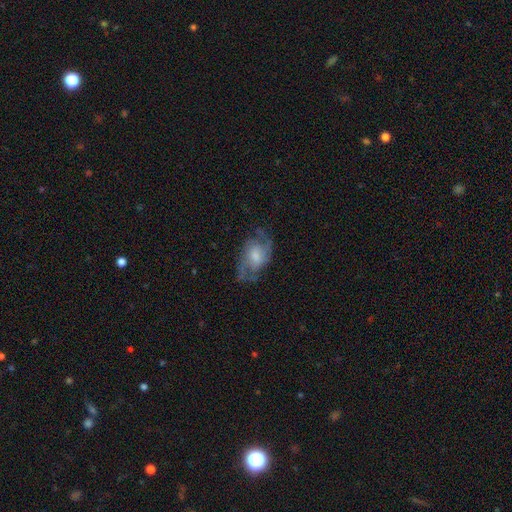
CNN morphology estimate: This appears to be a featured or disk galaxy (73%) with a weak bar (47%), 2 (80%) medium (51%) spiral arms (90%) and a moderate central bulge (41%). Merging: none (63%).